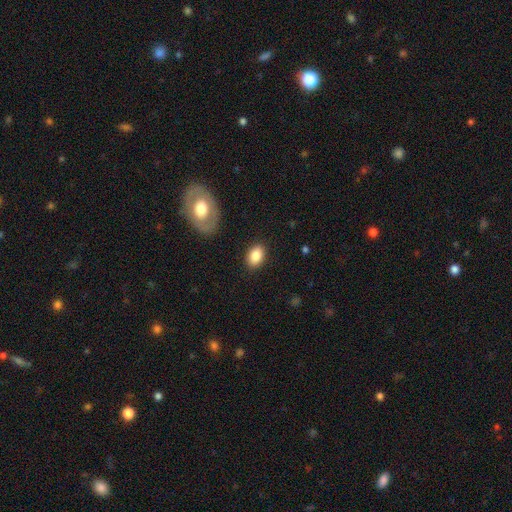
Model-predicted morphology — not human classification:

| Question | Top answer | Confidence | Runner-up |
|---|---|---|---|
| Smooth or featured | smooth | 85% | star or artifact (8%) |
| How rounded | in between | 82% | round (17%) |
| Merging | none | 87% | minor disturbance (9%) |